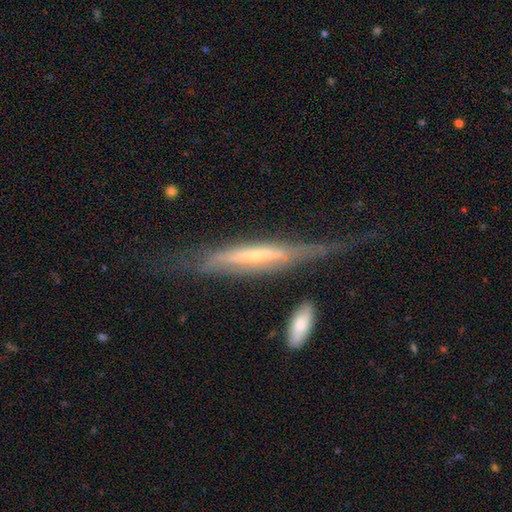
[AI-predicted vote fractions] A featured or disk galaxy (70%) viewed edge-on (85%) with a rounded central bulge (46%). Merging: none (48%).